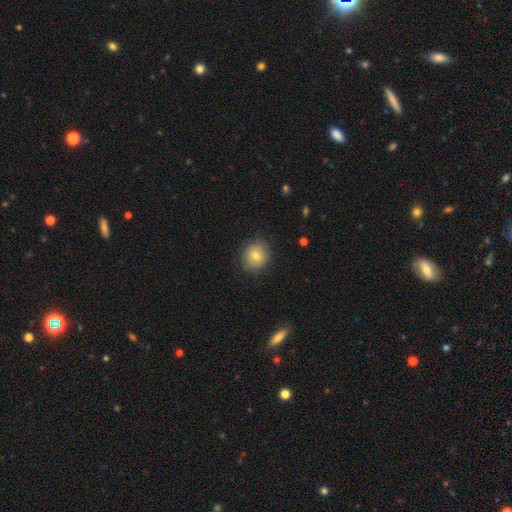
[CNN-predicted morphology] This appears to be a smooth galaxy with no disk features (72%) that is round (86%). Merging: none (79%).